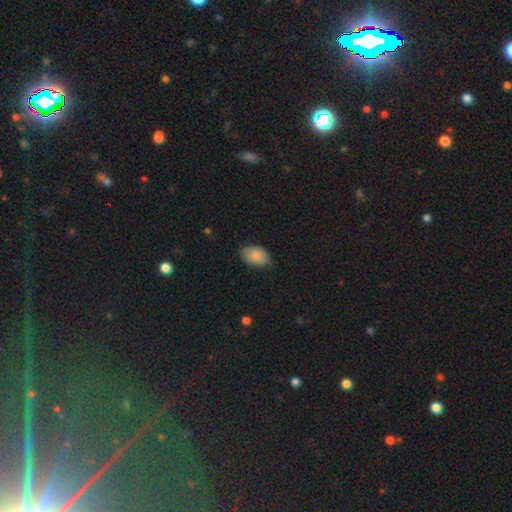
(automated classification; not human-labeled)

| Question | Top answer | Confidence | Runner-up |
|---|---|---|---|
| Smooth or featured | smooth | 84% | featured or disk (9%) |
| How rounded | in between | 90% | round (9%) |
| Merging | none | 82% | minor disturbance (14%) |